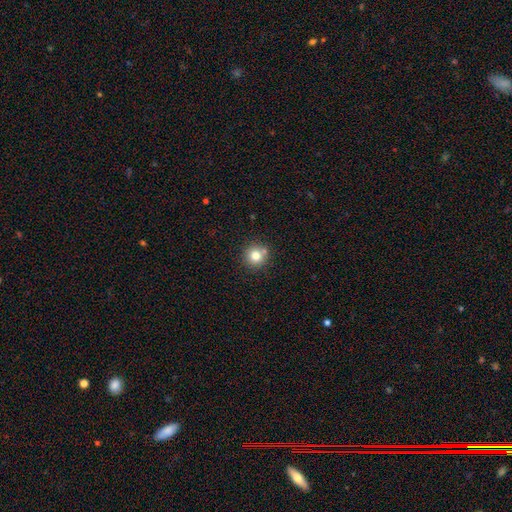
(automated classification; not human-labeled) smooth-or-featured: smooth: 78% | star or artifact: 12% | featured or disk: 10%
  how-rounded: round: 94% | in between: 5% | cigar-shaped: 1%
  merging: none: 76% | merger: 13% | minor disturbance: 9% | major disturbance: 3%